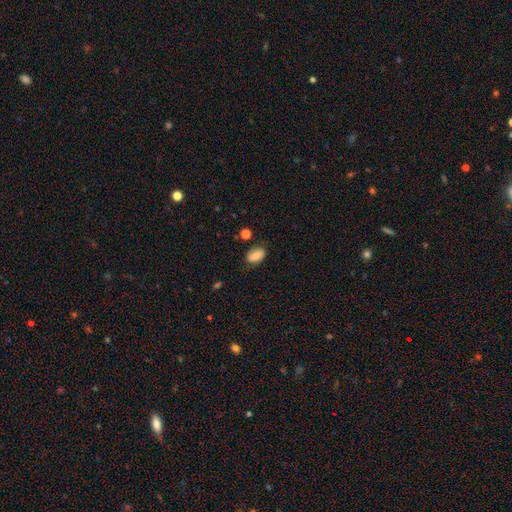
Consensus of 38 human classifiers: This is clearly a smooth galaxy (84%). How rounded: clearly in between (94%). Merging: likely none (67%).